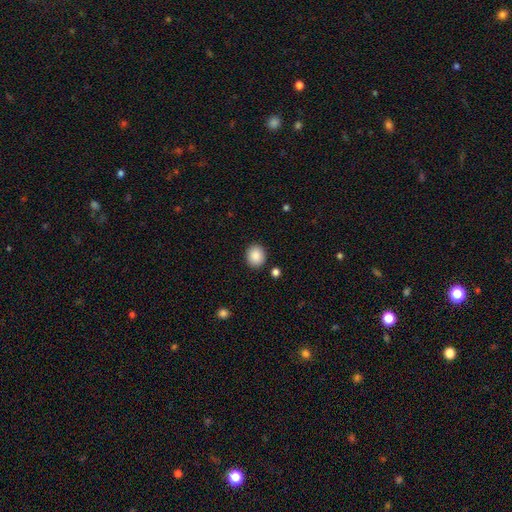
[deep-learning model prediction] Q: Smooth or featured?
A: smooth (89%); runner-up: star or artifact (8%)
Q: How rounded?
A: round (71%); runner-up: in between (28%)
Q: Merging?
A: none (89%); runner-up: minor disturbance (7%)